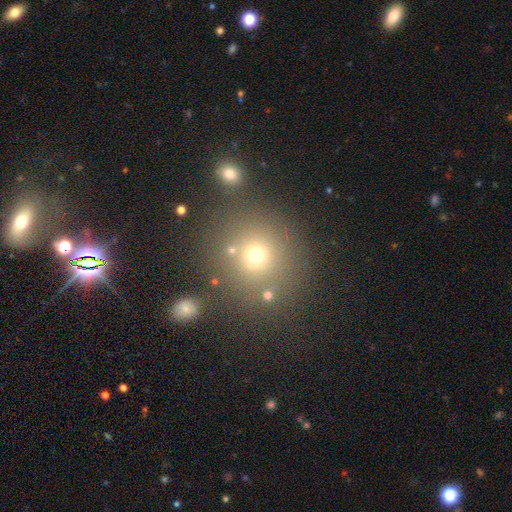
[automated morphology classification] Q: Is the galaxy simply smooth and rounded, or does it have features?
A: smooth — 68%.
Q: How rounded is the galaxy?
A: round — 87%.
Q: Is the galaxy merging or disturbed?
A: none — 77%.